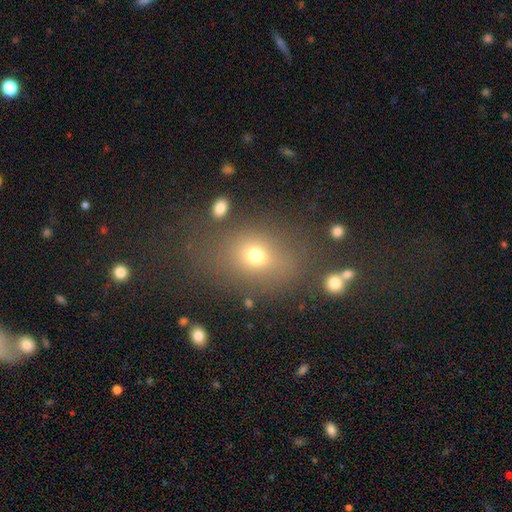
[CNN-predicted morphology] type=smooth (69%); roundness=in between (56%); merging=none (69%).